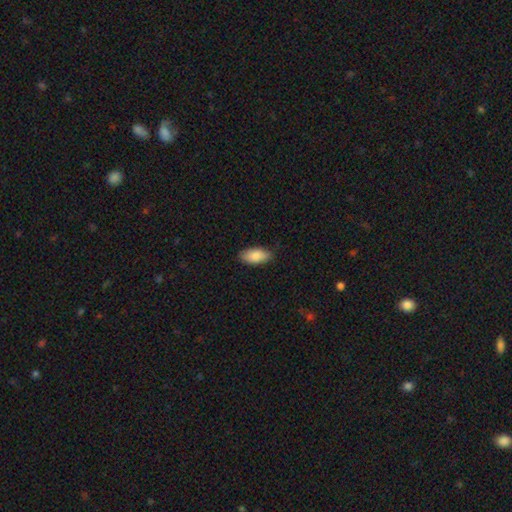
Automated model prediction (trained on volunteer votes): Smooth or featured: smooth — 87% (featured or disk — 7%)
How rounded: in between — 90% (cigar-shaped — 7%)
Merging: none — 85% (minor disturbance — 12%)